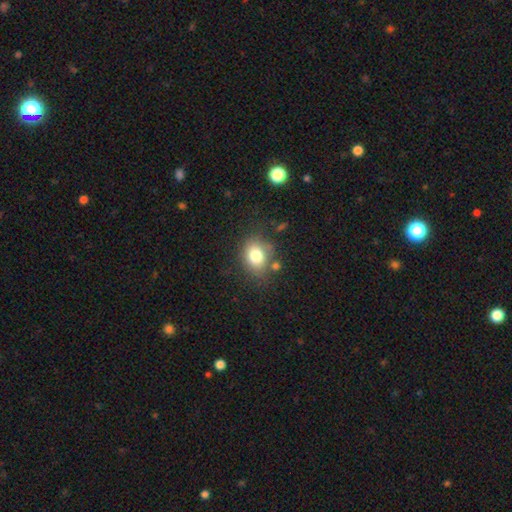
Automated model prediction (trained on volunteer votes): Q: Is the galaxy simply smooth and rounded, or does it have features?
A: smooth — 79%.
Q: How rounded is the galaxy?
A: in between — 51%.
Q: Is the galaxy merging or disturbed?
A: none — 68%.